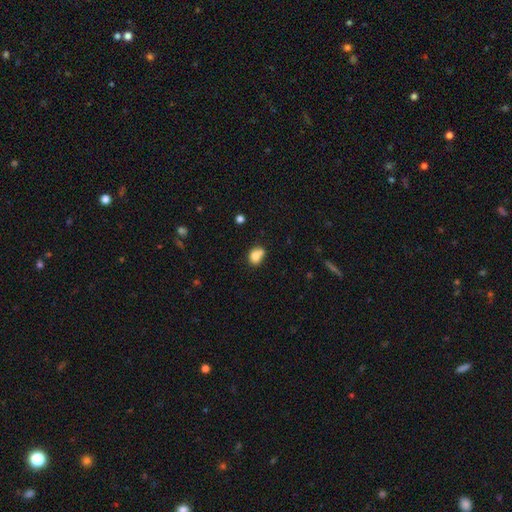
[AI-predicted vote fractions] smooth 77%, featured or disk 13%, star or artifact 10%. Down the decision tree: how rounded — round (61%); merging — none (40%, tied with merger).